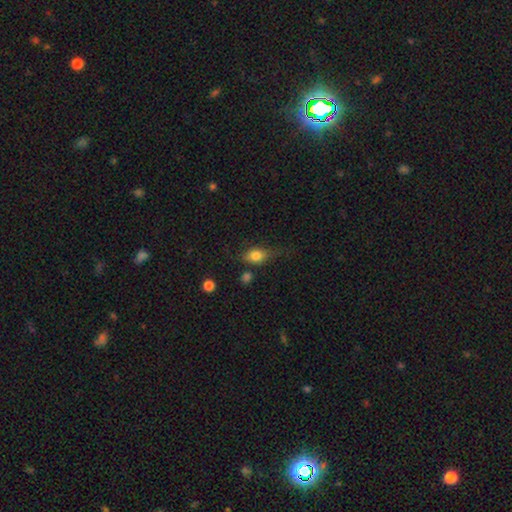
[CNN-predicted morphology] Smooth or featured?
  - smooth: 77% *
  - featured or disk: 14%
  - star or artifact: 9%
How rounded?
  - in between: 72% *
  - round: 22%
  - cigar-shaped: 6%
Merging?
  - none: 53% *
  - minor disturbance: 29%
  - major disturbance: 12%
  - merger: 5%